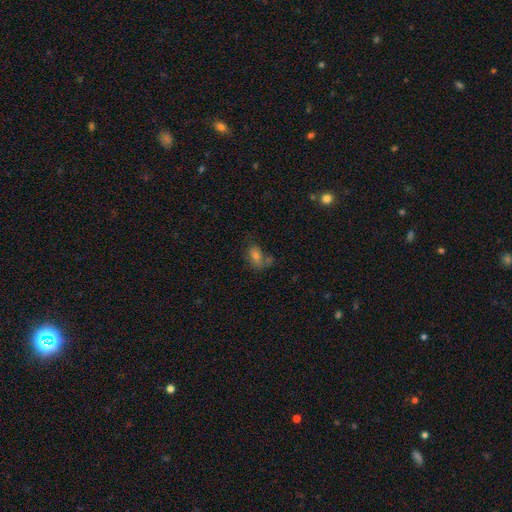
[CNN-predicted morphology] smooth 67%, star or artifact 17%, featured or disk 16%. Down the decision tree: how rounded — in between (80%); merging — none (47%).